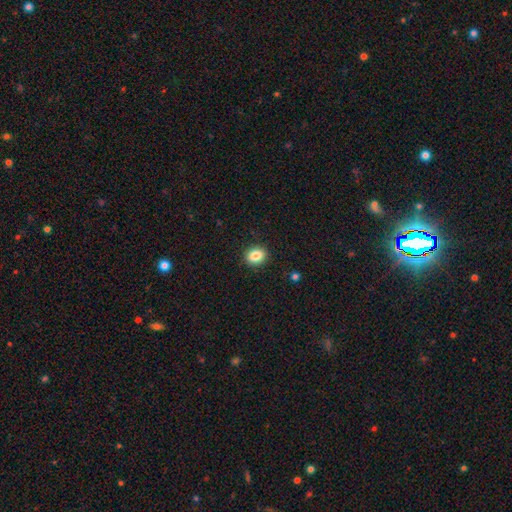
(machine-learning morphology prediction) A smooth galaxy with no disk features (85%) that is round (58%). Merging: none (91%).